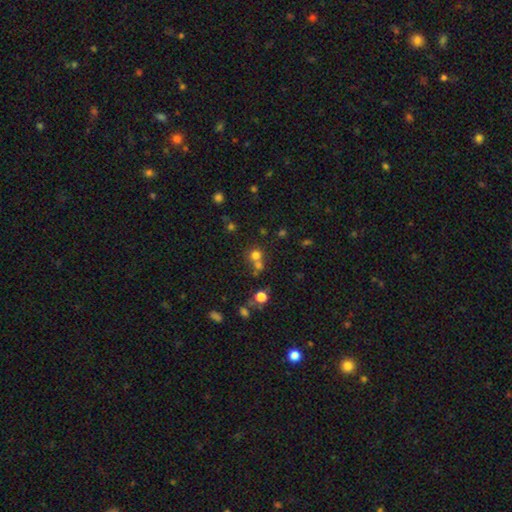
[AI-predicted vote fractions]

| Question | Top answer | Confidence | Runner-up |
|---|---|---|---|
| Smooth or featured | smooth | 68% | star or artifact (21%) |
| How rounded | round | 86% | in between (13%) |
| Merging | none | 49% | merger (40%) |